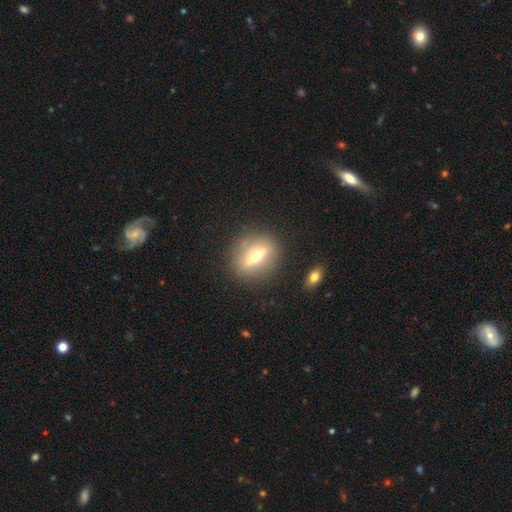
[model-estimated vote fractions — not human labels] Smooth or featured? featured or disk (57%)
Edge-on disk? yes (68%)
Merging? none (85%)